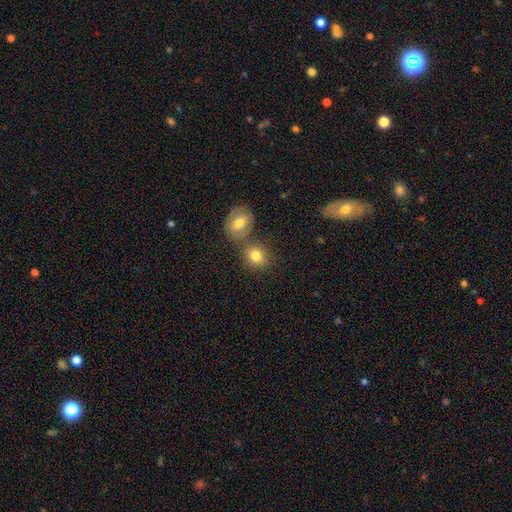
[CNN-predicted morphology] Q: Smooth or featured?
A: smooth (81%); runner-up: star or artifact (10%)
Q: How rounded?
A: round (64%); runner-up: in between (35%)
Q: Merging?
A: none (52%); runner-up: merger (34%)